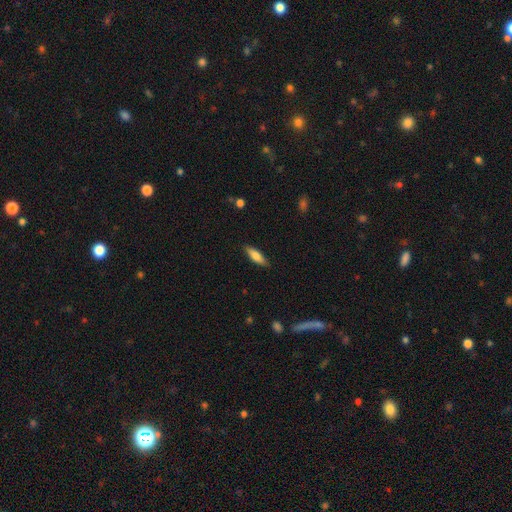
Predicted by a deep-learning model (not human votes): The model was most divided on "how rounded": cigar-shaped: 52%, in between: 46%, round: 2%. More confident: merging — none (86%); smooth or featured — smooth (72%).